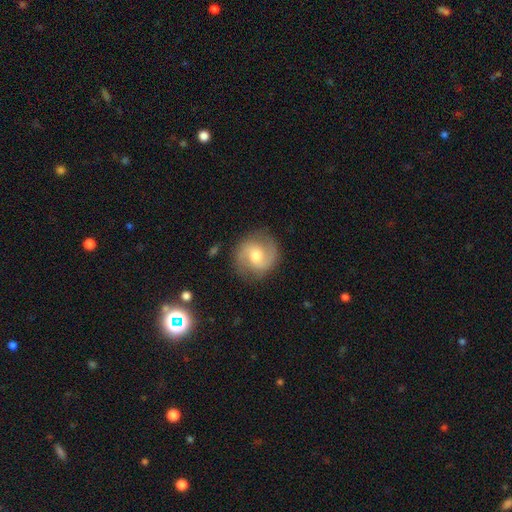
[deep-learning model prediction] Smooth or featured: featured or disk — 77% (smooth — 17%)
Edge-on disk: no — 98% (yes — 2%)
Bar: no — 47% (weak — 43%)
Spiral arms: yes — 94% (no — 6%)
Spiral winding: medium — 52% (loose — 25%)
Spiral arm count: 2 — 90% (can't tell — 4%)
Bulge size: moderate — 70% (small — 22%)
Merging: none — 84% (minor disturbance — 11%)